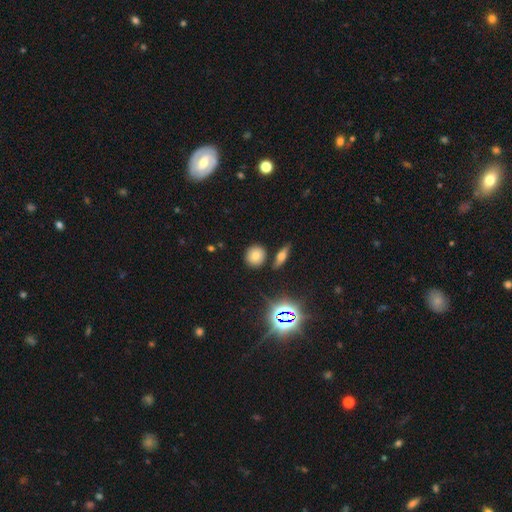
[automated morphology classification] smooth 69%, star or artifact 19%, featured or disk 12%. Down the decision tree: how rounded — round (84%); merging — none (82%).